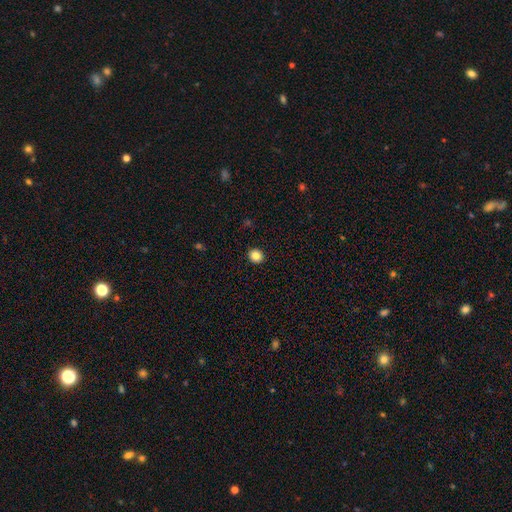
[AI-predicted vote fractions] This is clearly a smooth galaxy (85%). How rounded: clearly round (80%). Merging: clearly none (92%).